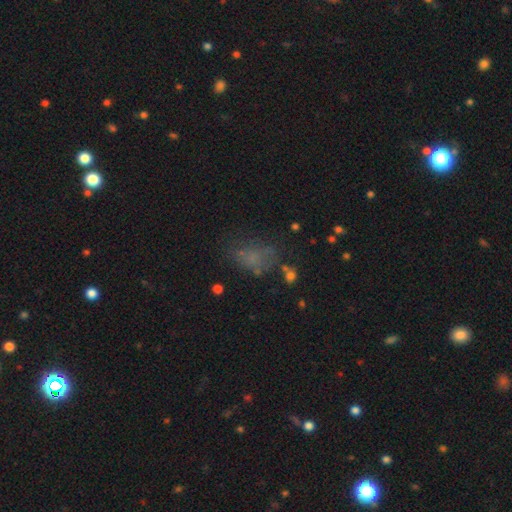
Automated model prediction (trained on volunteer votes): This appears to be a smooth galaxy with no disk features (52%) that is in between round and cigar-shaped (78%). Merging: none (45%).